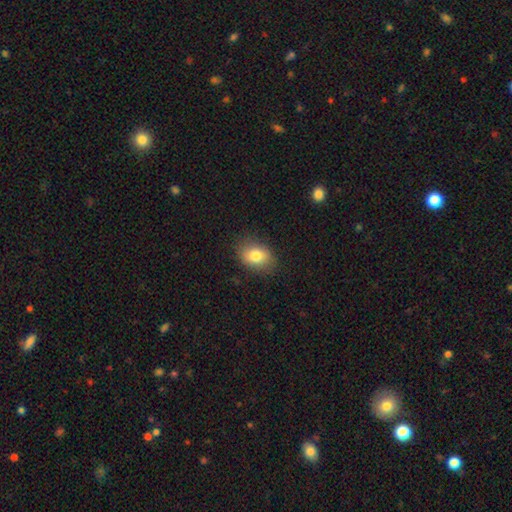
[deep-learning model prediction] A smooth galaxy with no disk features (81%) that is in between round and cigar-shaped (73%).

Vote fractions:
- Smooth or featured? smooth: 81% / featured or disk: 11% / star or artifact: 9%
- How rounded? in between: 73% / round: 26% / cigar-shaped: 1%
- Merging? none: 83% / minor disturbance: 13% / major disturbance: 3% / merger: 1%